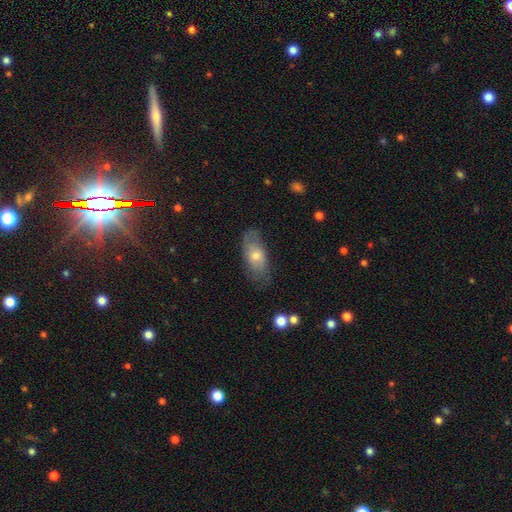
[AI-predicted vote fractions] A smooth galaxy with no disk features (58%) that is in between round and cigar-shaped (86%).

Vote fractions:
- Smooth or featured? smooth: 58% / featured or disk: 34% / star or artifact: 8%
- How rounded? in between: 86% / cigar-shaped: 9% / round: 5%
- Merging? none: 68% / minor disturbance: 23% / major disturbance: 7% / merger: 2%